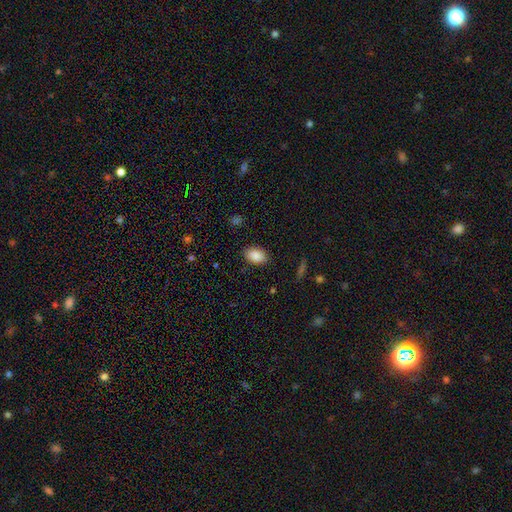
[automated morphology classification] Smooth or featured? smooth (88%)
How rounded? in between (88%)
Merging? none (87%)